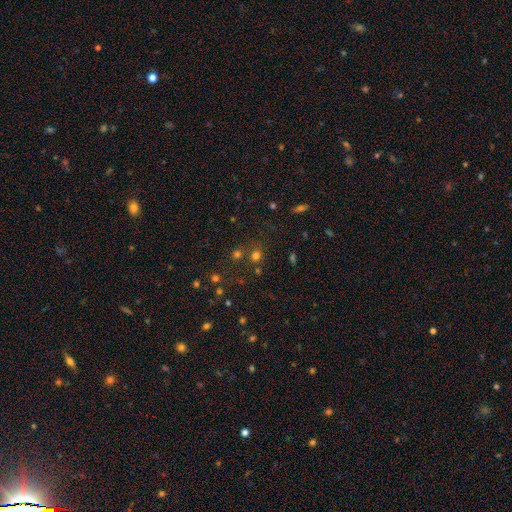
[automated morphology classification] The model was most divided on "smooth or featured": smooth: 65%, star or artifact: 28%, featured or disk: 7%. More confident: how rounded — round (80%); merging — none (69%).